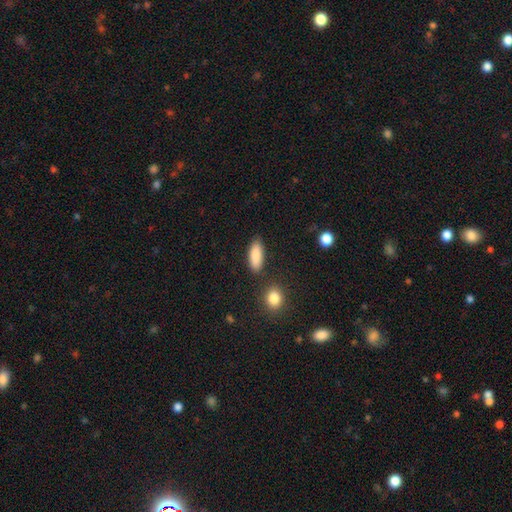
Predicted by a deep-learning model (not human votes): Smooth or featured: smooth — 88% (star or artifact — 7%)
How rounded: in between — 71% (cigar-shaped — 26%)
Merging: none — 82% (minor disturbance — 11%)